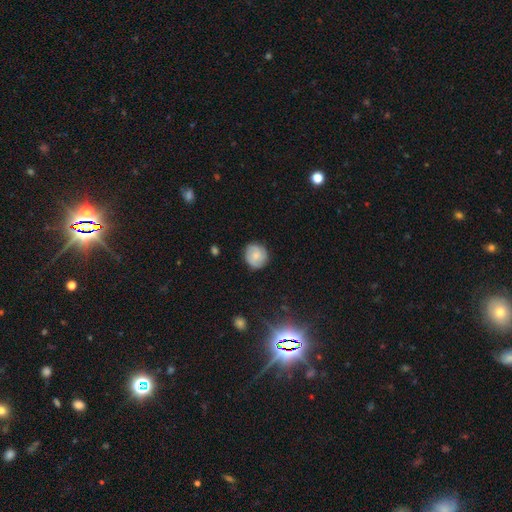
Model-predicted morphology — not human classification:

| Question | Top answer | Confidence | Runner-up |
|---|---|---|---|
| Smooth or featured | smooth | 58% | featured or disk (34%) |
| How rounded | round | 87% | in between (12%) |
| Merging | none | 83% | minor disturbance (13%) |